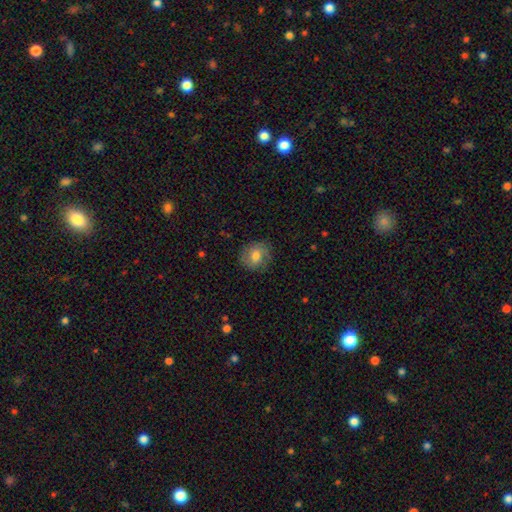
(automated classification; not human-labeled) A smooth galaxy with no disk features (66%) that is round (79%). Merging: none (81%).